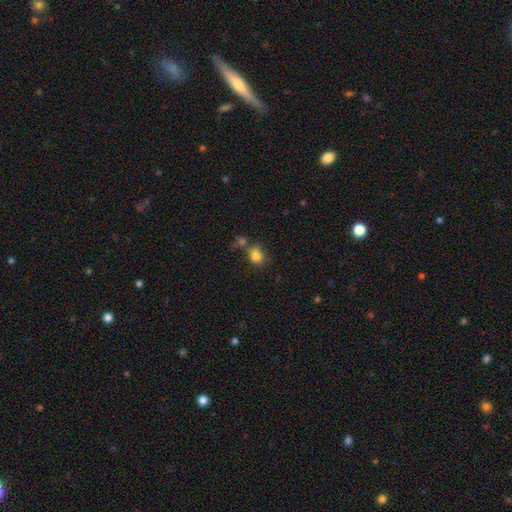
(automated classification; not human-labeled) A smooth galaxy with no disk features (82%) that is round (57%). Merging: none (59%).